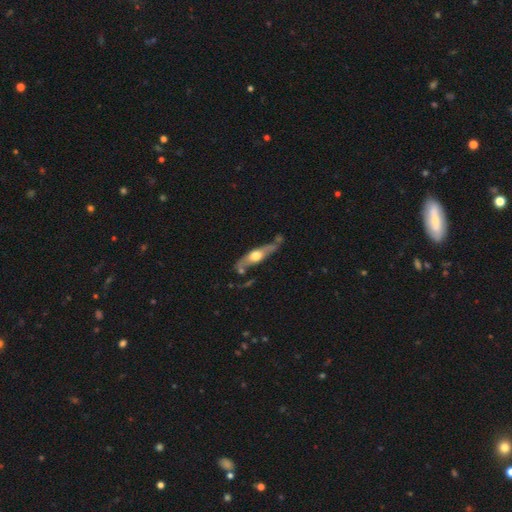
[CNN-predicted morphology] This is likely a featured or disk galaxy (63%). It is likely viewed edge-on (71%). Merging: possibly none (57%).